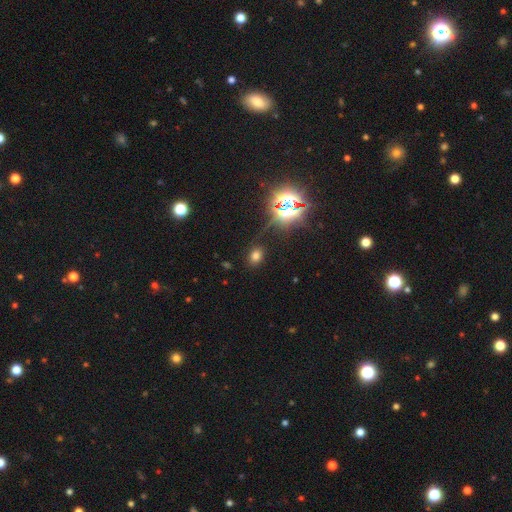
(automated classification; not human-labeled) Smooth or featured: smooth — 63% (star or artifact — 30%)
How rounded: in between — 66% (round — 32%)
Merging: none — 81% (minor disturbance — 12%)